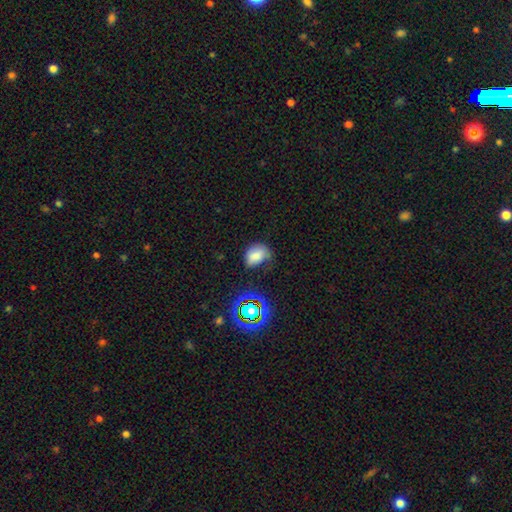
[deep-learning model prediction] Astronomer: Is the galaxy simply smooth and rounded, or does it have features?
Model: smooth — 75%.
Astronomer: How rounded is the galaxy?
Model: in between — 71%.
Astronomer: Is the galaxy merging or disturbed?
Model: none — 51% (runner-up: minor disturbance, 34%).